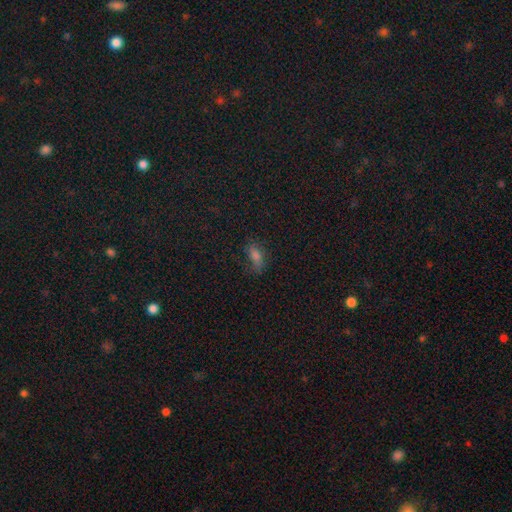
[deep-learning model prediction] Smooth or featured: smooth — 66% (star or artifact — 19%)
How rounded: in between — 75% (cigar-shaped — 19%)
Merging: none — 67% (minor disturbance — 23%)